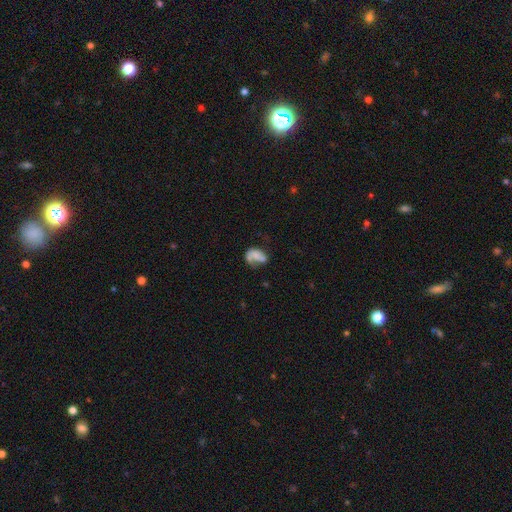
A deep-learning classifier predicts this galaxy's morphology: Smooth or featured? featured or disk (45%, tied with smooth)
Merging? major disturbance (34%)